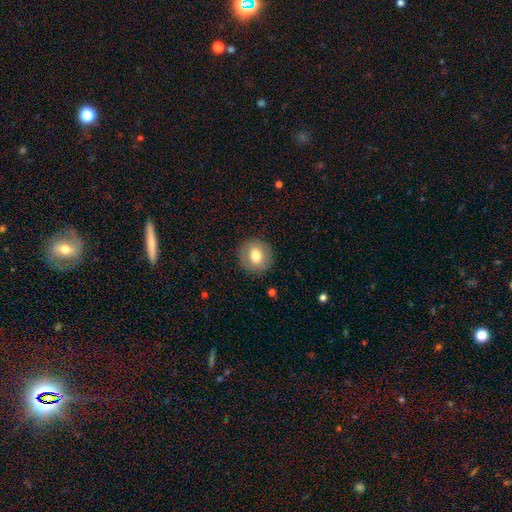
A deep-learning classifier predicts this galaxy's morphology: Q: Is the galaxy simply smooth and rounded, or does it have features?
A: smooth — 72%.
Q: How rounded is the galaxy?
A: round — 89%.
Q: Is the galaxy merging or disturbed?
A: none — 89%.